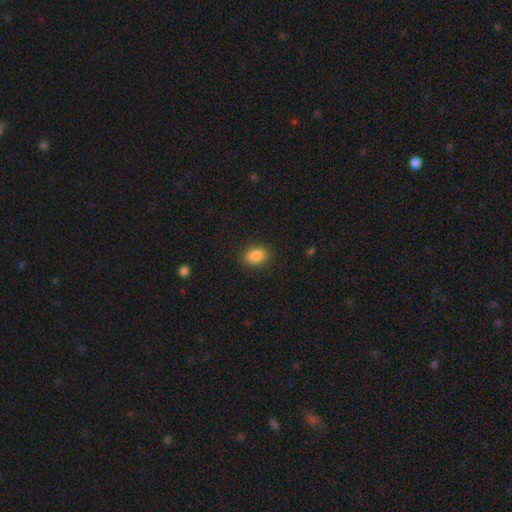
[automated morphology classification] smooth_or_featured: smooth (p=0.87) [alt: star or artifact p=0.09]
how_rounded: in between (p=0.76) [alt: round p=0.22]
merging: none (p=0.88) [alt: minor disturbance p=0.08]